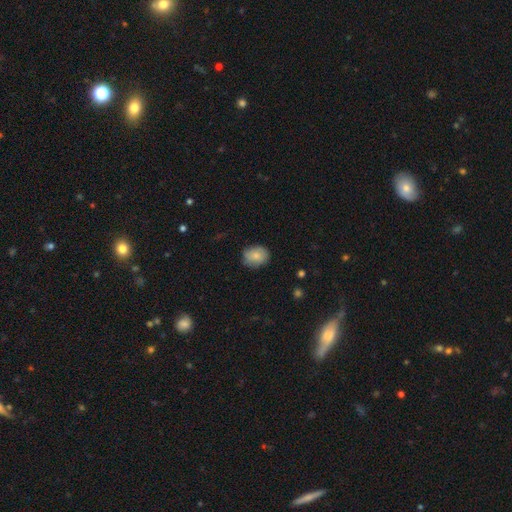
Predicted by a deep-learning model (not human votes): smooth_or_featured: smooth (p=0.82) [alt: featured or disk p=0.10]
how_rounded: in between (p=0.53) [alt: round p=0.46]
merging: none (p=0.79) [alt: minor disturbance p=0.17]